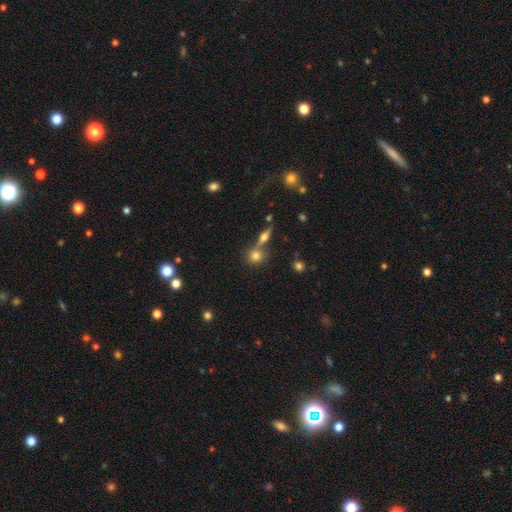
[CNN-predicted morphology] A smooth galaxy with no disk features (76%) that is round (76%).

Vote fractions:
- Smooth or featured? smooth: 76% / featured or disk: 13% / star or artifact: 11%
- How rounded? round: 76% / in between: 21% / cigar-shaped: 3%
- Merging? none: 54% / merger: 33% / minor disturbance: 9% / major disturbance: 4%